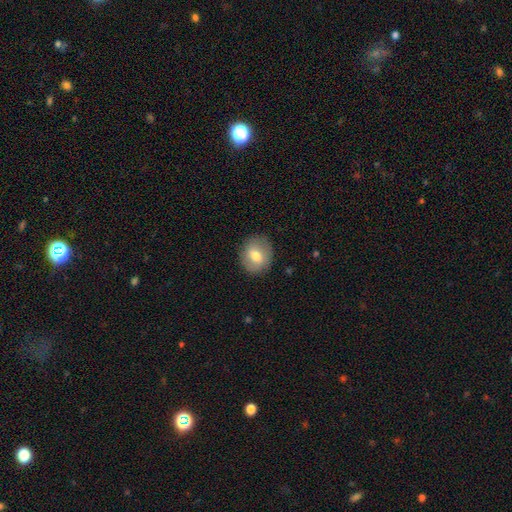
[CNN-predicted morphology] Smooth or featured? Predicted: smooth (p=0.69). How rounded? Predicted: round (p=0.72). Merging? Predicted: none (p=0.85).